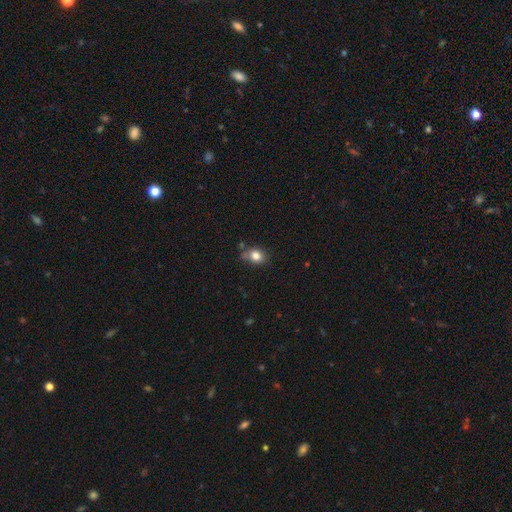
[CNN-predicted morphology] smooth 81%, star or artifact 10%, featured or disk 9%. Down the decision tree: how rounded — in between (54%); merging — none (63%).